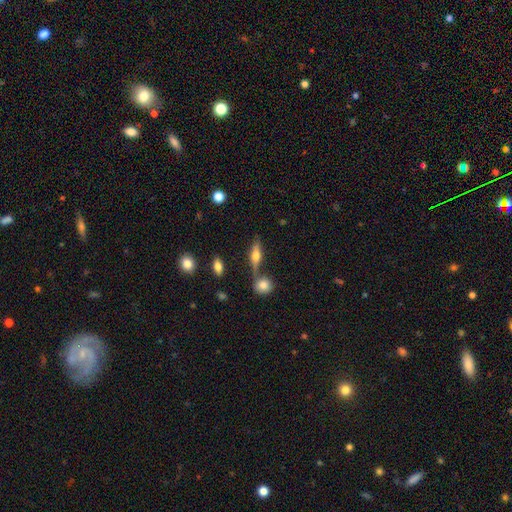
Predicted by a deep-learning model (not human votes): Smooth or featured? featured or disk (51%)
Edge-on disk? yes (91%)
Merging? none (66%)